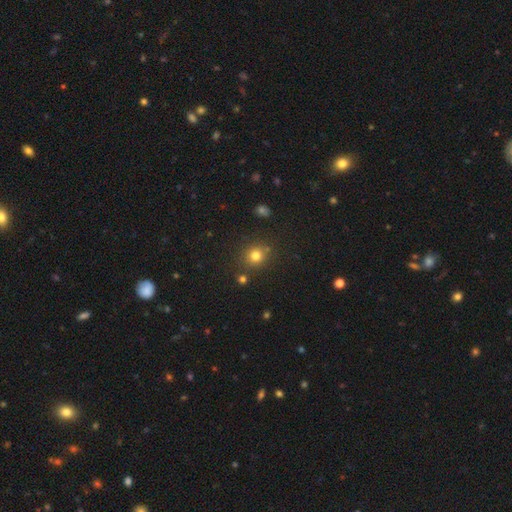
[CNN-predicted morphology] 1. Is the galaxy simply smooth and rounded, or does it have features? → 77% smooth, 16% star or artifact, 7% featured or disk.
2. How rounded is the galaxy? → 87% round, 12% in between, 1% cigar-shaped.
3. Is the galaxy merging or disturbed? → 80% none, 9% minor disturbance, 7% merger, 3% major disturbance.